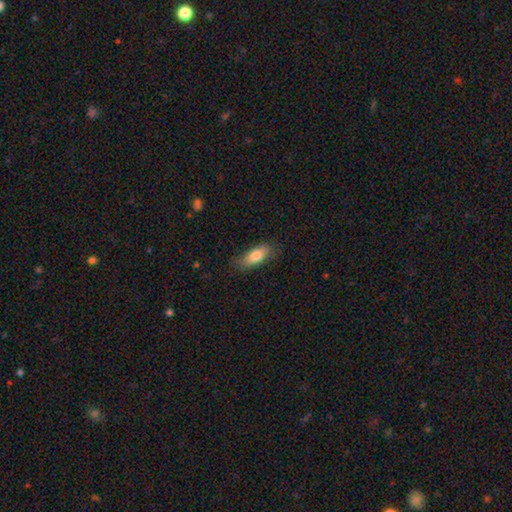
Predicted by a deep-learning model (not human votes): Overall: smooth (79%). How rounded: in between (72%). Merging: none (80%).